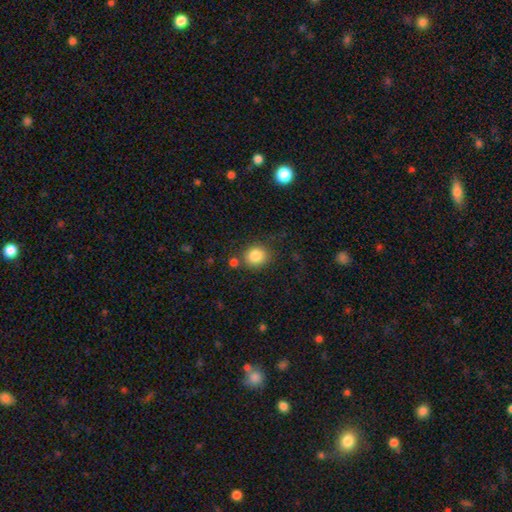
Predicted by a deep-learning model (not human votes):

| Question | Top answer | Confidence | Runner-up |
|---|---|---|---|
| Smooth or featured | smooth | 85% | star or artifact (10%) |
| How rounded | round | 81% | in between (18%) |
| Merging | none | 78% | minor disturbance (11%) |